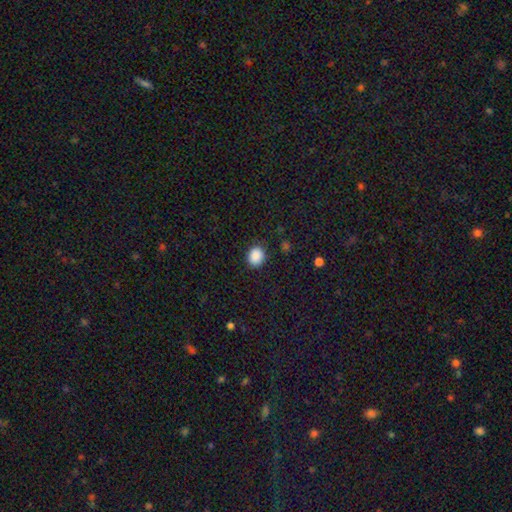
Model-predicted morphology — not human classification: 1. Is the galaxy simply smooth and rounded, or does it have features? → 89% smooth, 9% star or artifact, 3% featured or disk.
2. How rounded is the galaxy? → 56% round, 43% in between, 1% cigar-shaped.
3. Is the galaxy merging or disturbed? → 86% none, 10% minor disturbance, 3% major disturbance, 1% merger.